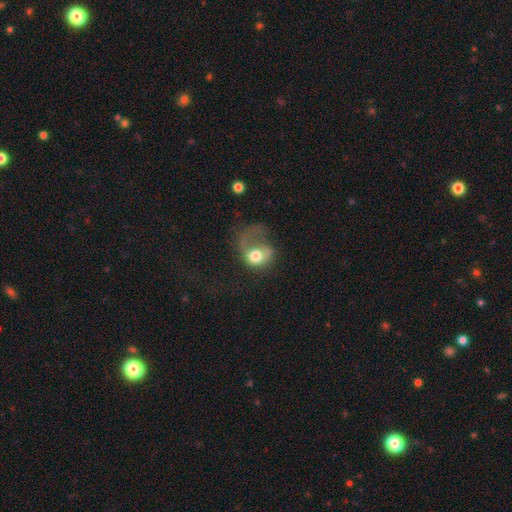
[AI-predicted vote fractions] smooth-or-featured: smooth: 58% | featured or disk: 34% | star or artifact: 9%
  how-rounded: round: 58% | in between: 41% | cigar-shaped: 1%
  merging: major disturbance: 65% | none: 15% | minor disturbance: 15% | merger: 4%